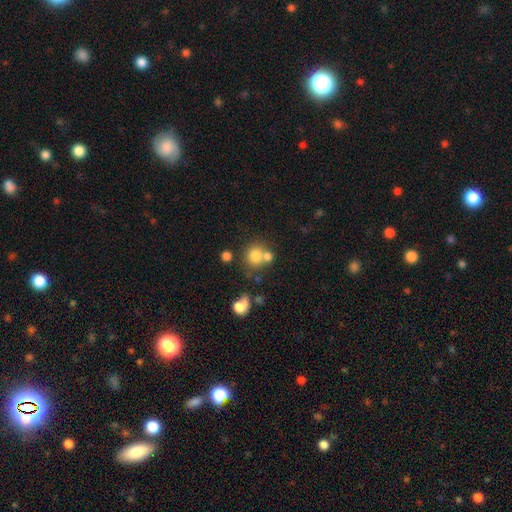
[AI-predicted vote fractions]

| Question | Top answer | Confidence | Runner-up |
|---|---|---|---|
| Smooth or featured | smooth | 77% | star or artifact (12%) |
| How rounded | round | 83% | in between (16%) |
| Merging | none | 49% | merger (37%) |